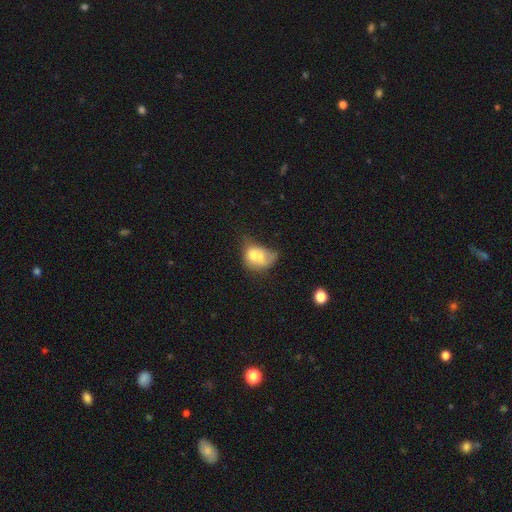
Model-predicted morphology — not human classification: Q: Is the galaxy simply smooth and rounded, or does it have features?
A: smooth — 63%.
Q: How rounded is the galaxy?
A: in between — 57%.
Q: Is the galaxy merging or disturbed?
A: merger — 57%.